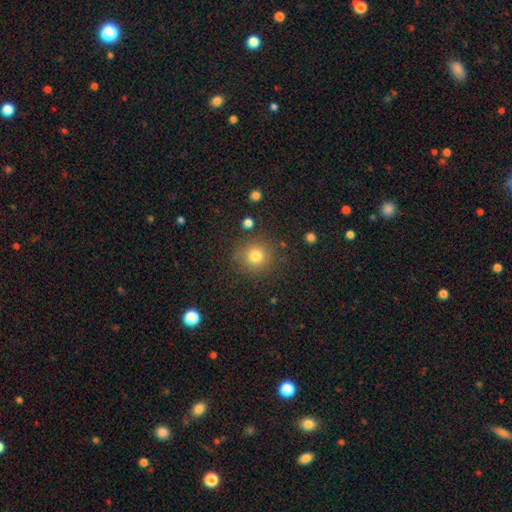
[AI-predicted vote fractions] Smooth or featured? Predicted: smooth (p=0.79). How rounded? Predicted: round (p=0.91). Merging? Predicted: none (p=0.85).